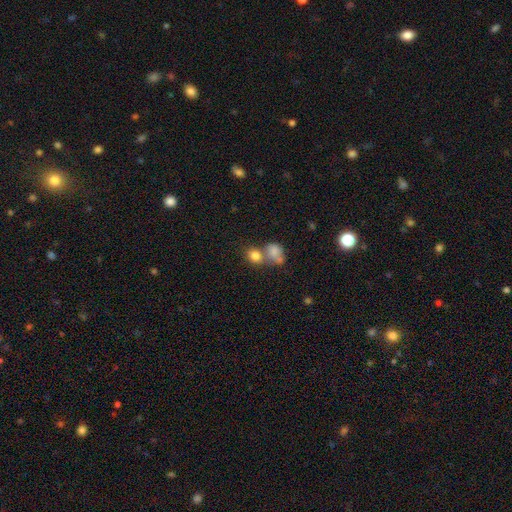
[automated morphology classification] Smooth or featured: smooth — 81% (star or artifact — 10%)
How rounded: round — 62% (in between — 36%)
Merging: merger — 47% (none — 39%)